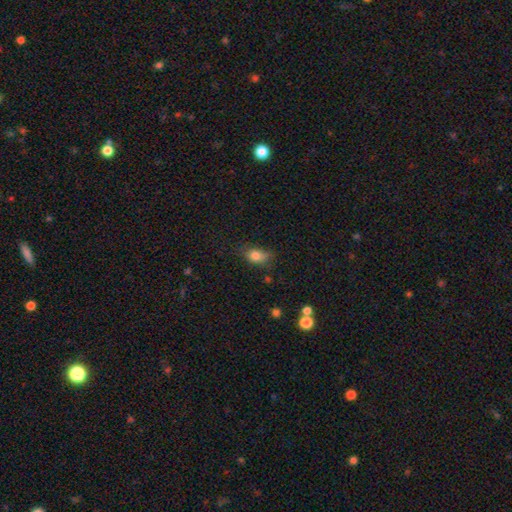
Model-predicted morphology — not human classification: The model was most divided on "merging": none: 50%, minor disturbance: 34%, major disturbance: 12%, merger: 4%. More confident: smooth or featured — smooth (79%); how rounded — in between (71%).